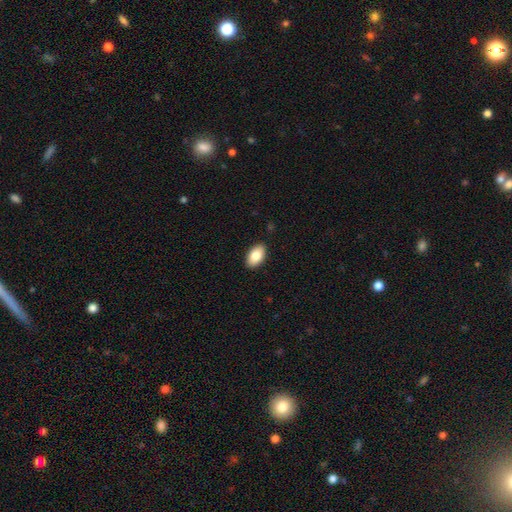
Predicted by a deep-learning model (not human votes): Overall: smooth (84%). How rounded: in between (93%). Merging: none (89%).